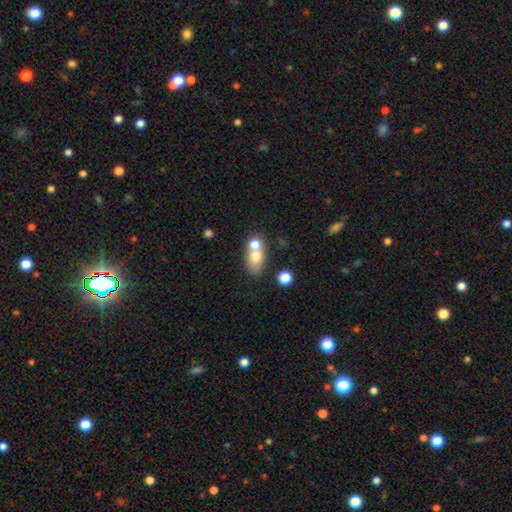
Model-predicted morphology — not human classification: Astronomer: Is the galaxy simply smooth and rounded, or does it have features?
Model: smooth — 68%.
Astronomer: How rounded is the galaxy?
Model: in between — 68%.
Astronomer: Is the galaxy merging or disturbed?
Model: merger — 51% (runner-up: none, 34%).